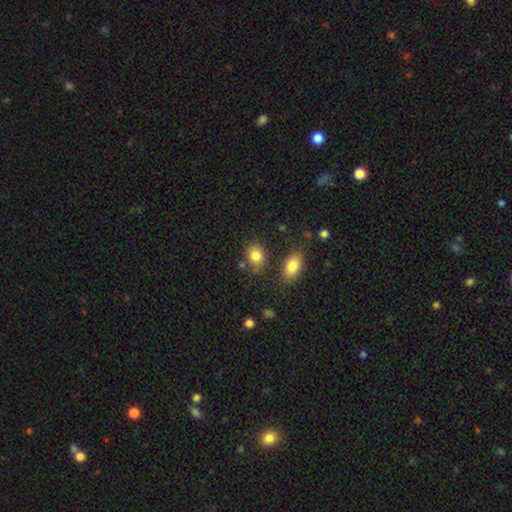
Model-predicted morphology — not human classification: Q: Smooth or featured?
A: smooth (83%); runner-up: star or artifact (10%)
Q: How rounded?
A: in between (57%); runner-up: round (41%)
Q: Merging?
A: none (73%); runner-up: minor disturbance (14%)